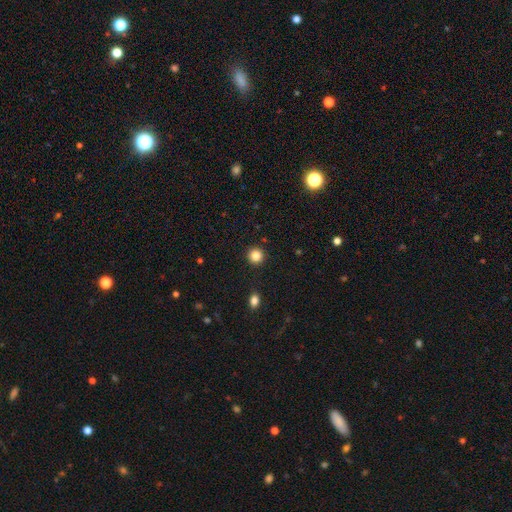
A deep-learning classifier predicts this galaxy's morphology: A smooth galaxy with no disk features (85%) that is round (94%). Merging: none (92%).